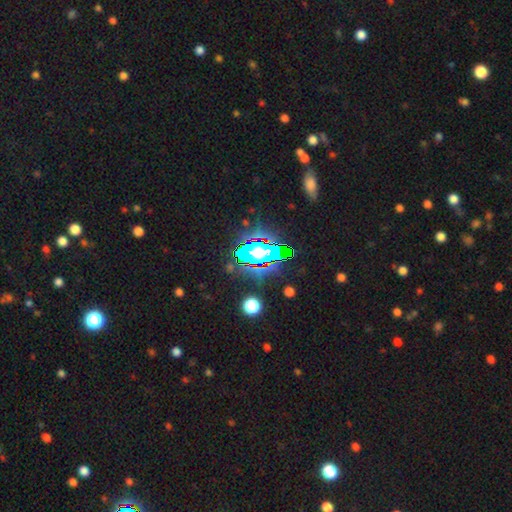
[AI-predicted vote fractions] The model was most divided on "smooth or featured": star or artifact: 61%, smooth: 22%, featured or disk: 17%.